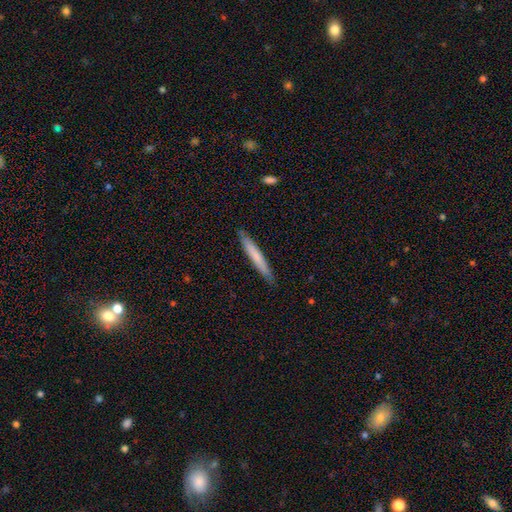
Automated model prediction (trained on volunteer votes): Overall: smooth (68%). How rounded: cigar-shaped (96%). Merging: none (89%).